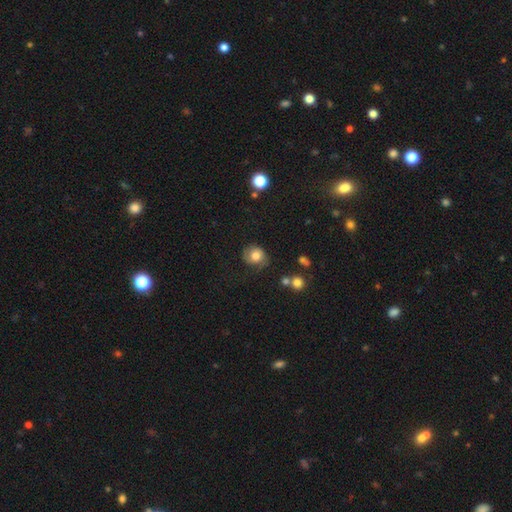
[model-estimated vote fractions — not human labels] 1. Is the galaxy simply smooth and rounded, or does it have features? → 66% smooth, 25% featured or disk, 9% star or artifact.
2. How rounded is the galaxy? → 76% round, 23% in between, 1% cigar-shaped.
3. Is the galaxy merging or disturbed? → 62% none, 24% minor disturbance, 12% major disturbance, 2% merger.